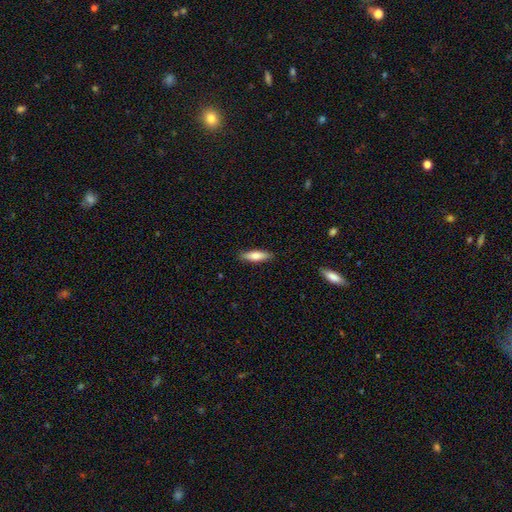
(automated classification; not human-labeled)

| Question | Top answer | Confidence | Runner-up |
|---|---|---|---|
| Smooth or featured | smooth | 74% | featured or disk (20%) |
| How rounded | cigar-shaped | 56% | in between (42%) |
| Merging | none | 88% | minor disturbance (9%) |